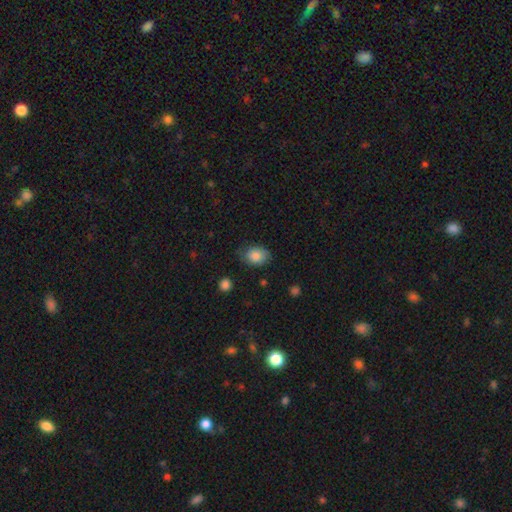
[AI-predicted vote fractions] This is clearly a smooth galaxy (82%). How rounded: likely in between (64%). Merging: likely none (69%).